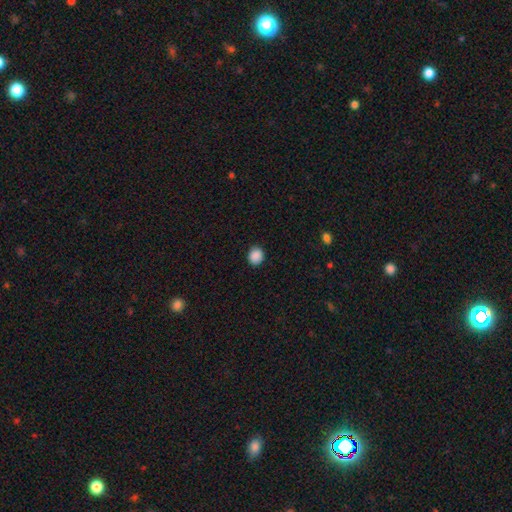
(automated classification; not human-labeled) Smooth or featured? smooth (89%)
How rounded? round (71%)
Merging? none (89%)